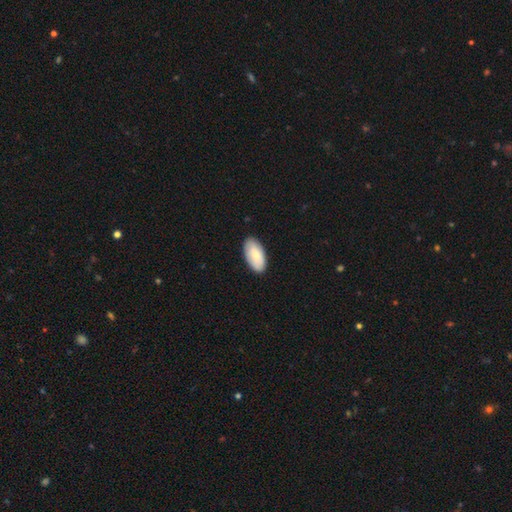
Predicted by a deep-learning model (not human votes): Smooth or featured: smooth — 79% (featured or disk — 15%)
How rounded: in between — 96% (cigar-shaped — 3%)
Merging: none — 86% (minor disturbance — 11%)